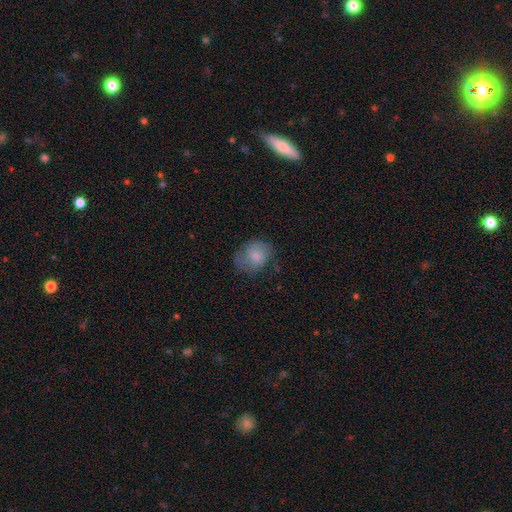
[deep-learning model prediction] Smooth or featured? smooth (70%)
How rounded? round (52%)
Merging? none (55%)